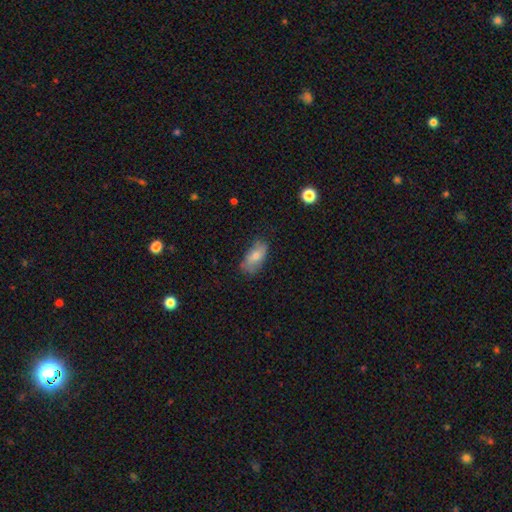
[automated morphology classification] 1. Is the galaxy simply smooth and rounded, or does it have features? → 67% smooth, 24% featured or disk, 8% star or artifact.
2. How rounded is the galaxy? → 89% in between, 7% cigar-shaped, 4% round.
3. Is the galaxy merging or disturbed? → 69% none, 24% minor disturbance, 5% major disturbance, 2% merger.